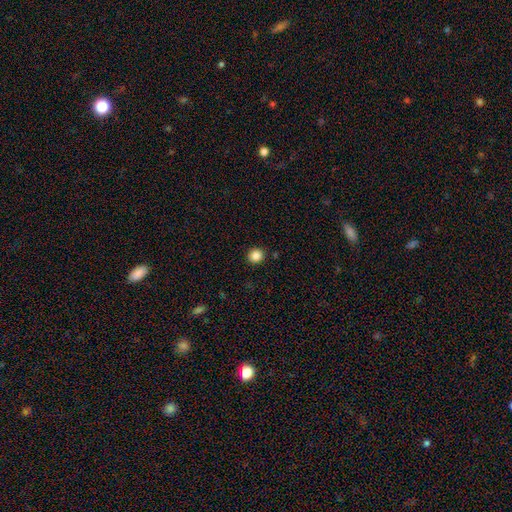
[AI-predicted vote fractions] Smooth or featured: smooth — 86% (star or artifact — 11%)
How rounded: round — 92% (in between — 7%)
Merging: none — 91% (minor disturbance — 5%)